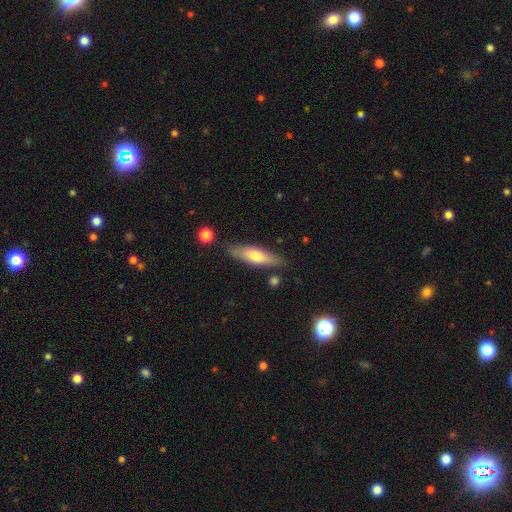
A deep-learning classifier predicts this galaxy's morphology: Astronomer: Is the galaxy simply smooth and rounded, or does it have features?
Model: smooth — 62%.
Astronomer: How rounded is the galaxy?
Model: cigar-shaped — 61% (runner-up: in between, 37%).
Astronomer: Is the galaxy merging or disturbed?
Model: none — 80%.